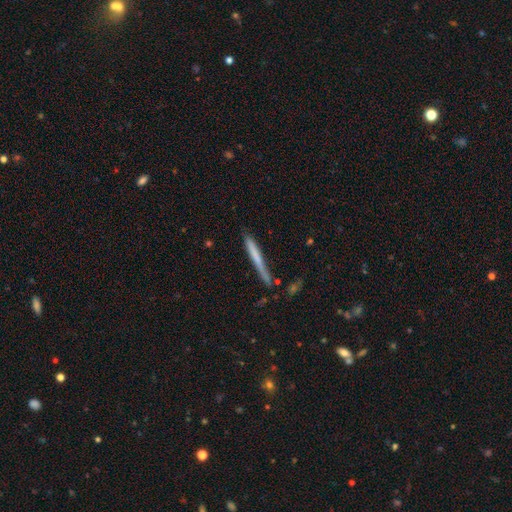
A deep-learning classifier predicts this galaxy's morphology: Overall: smooth (60%; featured or disk 34%). How rounded: cigar-shaped (97%). Merging: none (74%).